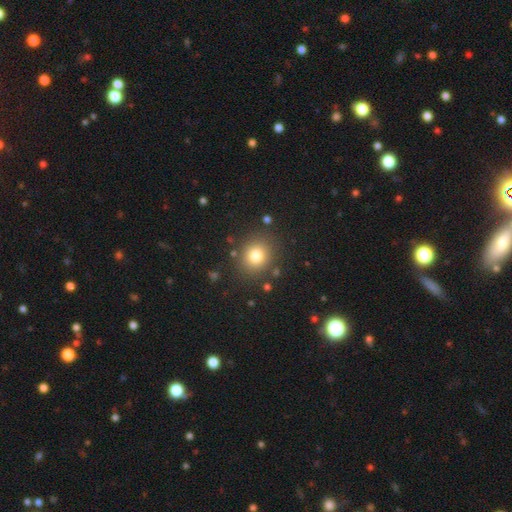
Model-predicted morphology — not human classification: smooth-or-featured: smooth: 79% | star or artifact: 13% | featured or disk: 8%
  how-rounded: round: 77% | in between: 22% | cigar-shaped: 1%
  merging: none: 85% | minor disturbance: 9% | major disturbance: 4% | merger: 3%